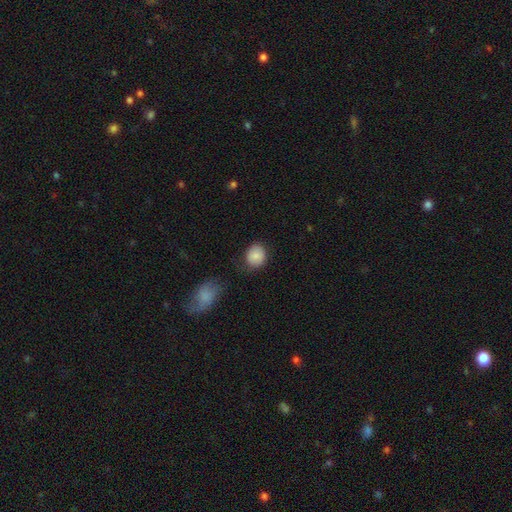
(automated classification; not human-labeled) A smooth galaxy with no disk features (86%) that is round (71%).

Vote fractions:
- Smooth or featured? smooth: 86% / star or artifact: 8% / featured or disk: 6%
- How rounded? round: 71% / in between: 28% / cigar-shaped: 1%
- Merging? none: 74% / minor disturbance: 18% / major disturbance: 5% / merger: 3%